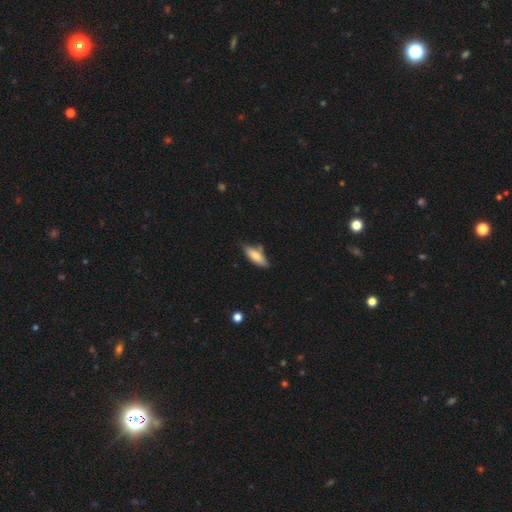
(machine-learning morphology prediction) Smooth or featured?
  - smooth: 76% *
  - featured or disk: 17%
  - star or artifact: 7%
How rounded?
  - in between: 60% *
  - cigar-shaped: 38%
  - round: 2%
Merging?
  - none: 68% *
  - minor disturbance: 22%
  - merger: 6%
  - major disturbance: 4%